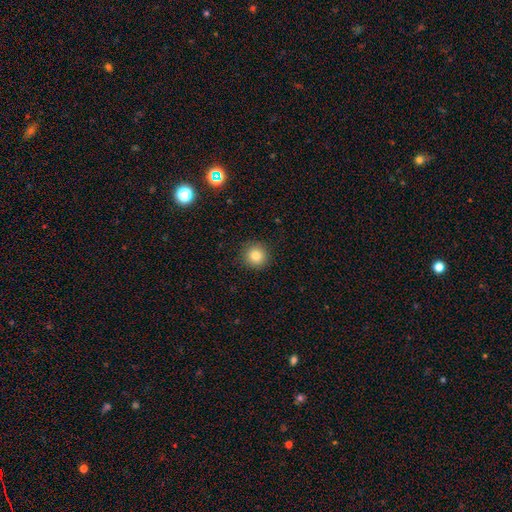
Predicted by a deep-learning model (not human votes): smooth_or_featured: smooth (p=0.83) [alt: star or artifact p=0.11]
how_rounded: round (p=0.93) [alt: in between p=0.06]
merging: none (p=0.91) [alt: minor disturbance p=0.06]